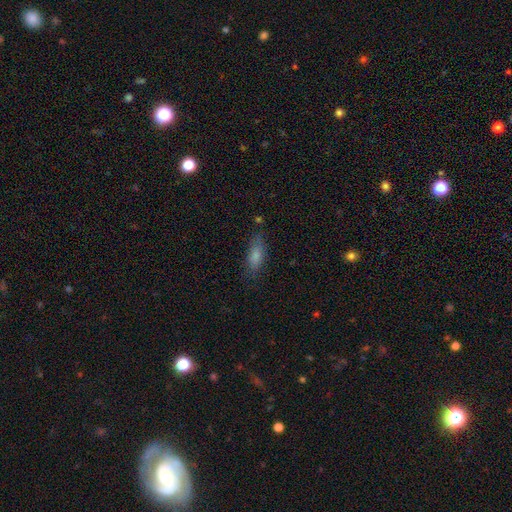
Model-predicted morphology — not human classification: The model was most divided on "how rounded": in between: 74%, cigar-shaped: 23%, round: 3%. More confident: smooth or featured — smooth (80%); merging — none (71%).